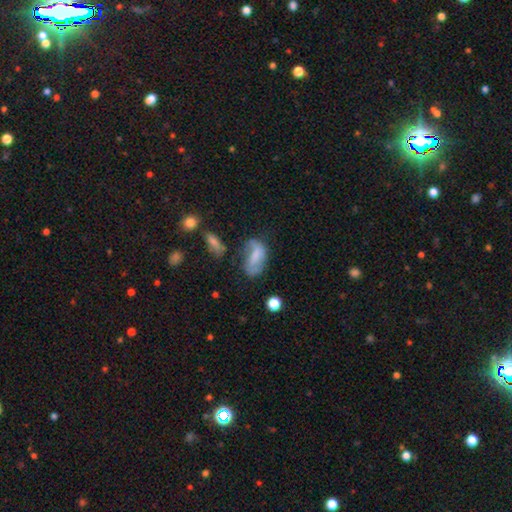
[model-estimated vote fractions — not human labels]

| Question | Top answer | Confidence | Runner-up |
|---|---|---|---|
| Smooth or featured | smooth | 46% | featured or disk (44%) |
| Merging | none | 45% | minor disturbance (27%) |